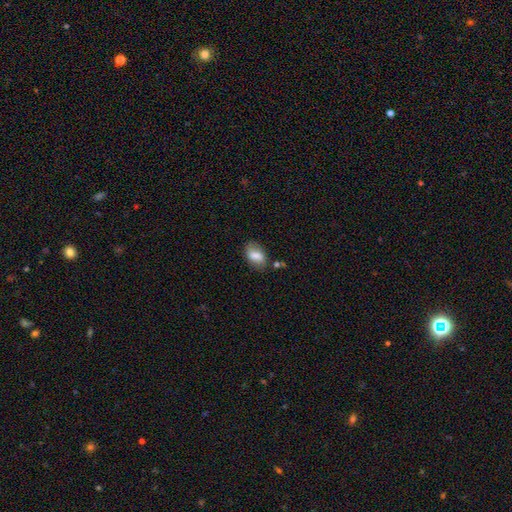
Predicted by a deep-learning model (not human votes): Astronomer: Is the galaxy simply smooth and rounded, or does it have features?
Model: smooth — 75%.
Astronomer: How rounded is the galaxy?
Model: in between — 88%.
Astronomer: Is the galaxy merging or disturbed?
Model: none — 68%.